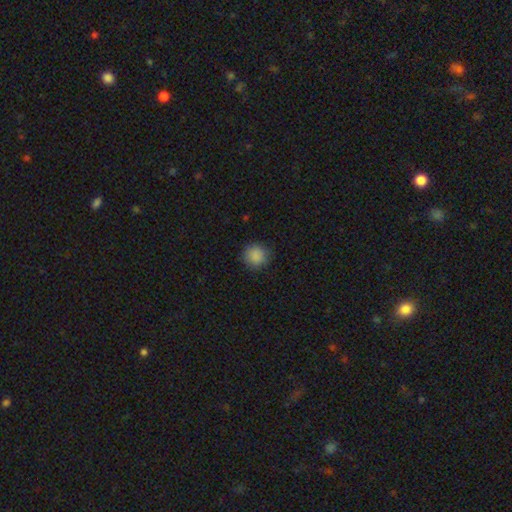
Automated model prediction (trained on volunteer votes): This appears to be a smooth galaxy with no disk features (86%) that is round (90%). Merging: none (85%).